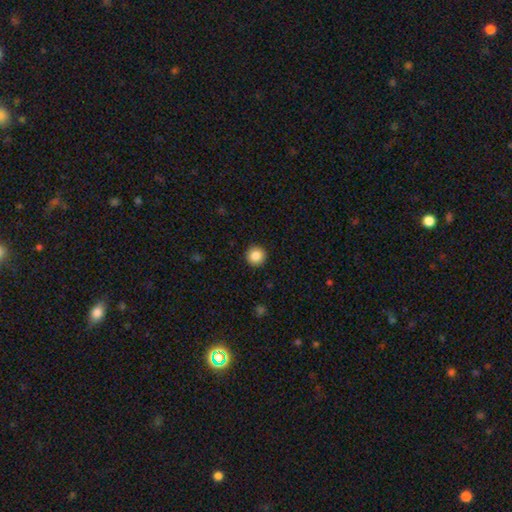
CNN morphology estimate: Smooth or featured: smooth — 86% (star or artifact — 9%)
How rounded: round — 96% (in between — 4%)
Merging: none — 93% (minor disturbance — 5%)